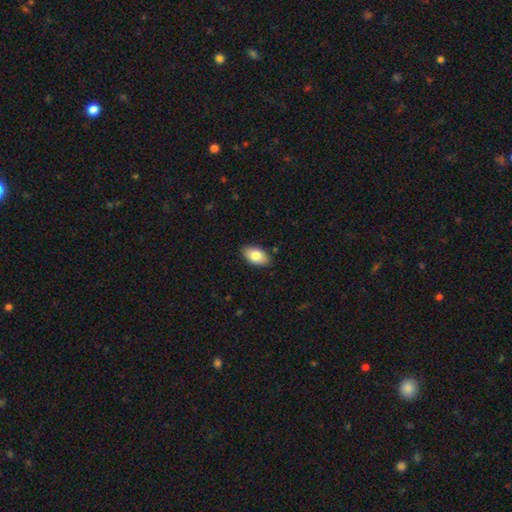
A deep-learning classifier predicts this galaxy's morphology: smooth_or_featured: smooth (p=0.82) [alt: featured or disk p=0.12]
how_rounded: in between (p=0.93) [alt: round p=0.05]
merging: none (p=0.87) [alt: minor disturbance p=0.10]